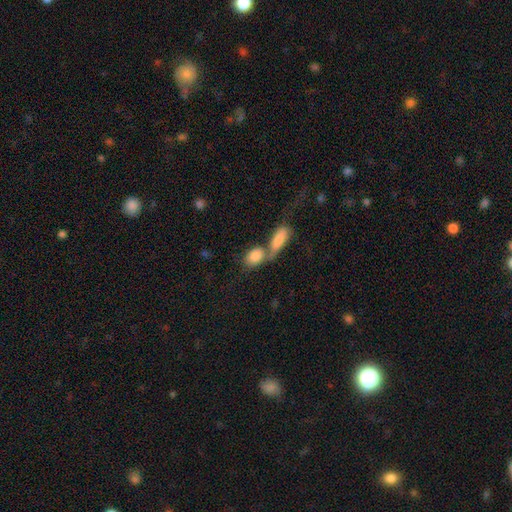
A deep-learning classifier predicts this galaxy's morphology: smooth-or-featured: smooth: 83% | featured or disk: 11% | star or artifact: 7%
  how-rounded: in between: 80% | round: 14% | cigar-shaped: 6%
  merging: merger: 62% | none: 25% | minor disturbance: 8% | major disturbance: 5%